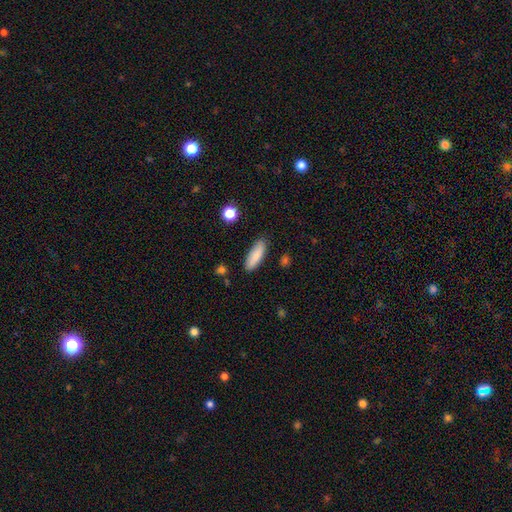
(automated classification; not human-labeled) Smooth or featured? Predicted: smooth (p=0.85). How rounded? Predicted: in between (p=0.54). Merging? Predicted: none (p=0.84).